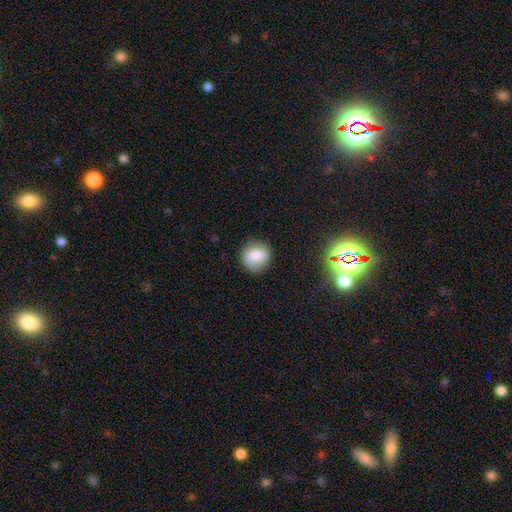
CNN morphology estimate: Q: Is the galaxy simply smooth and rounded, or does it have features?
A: smooth — 80%.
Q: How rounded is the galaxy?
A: round — 83%.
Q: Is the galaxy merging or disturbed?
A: none — 84%.